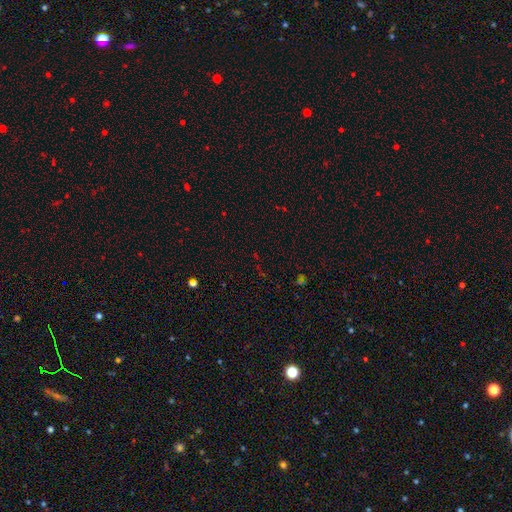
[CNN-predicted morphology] Smooth or featured: star or artifact — 68% (smooth — 24%)